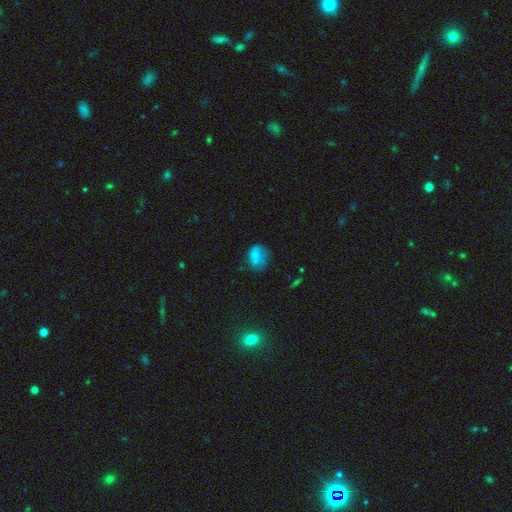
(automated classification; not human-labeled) A smooth galaxy with no disk features (72%) that is in between round and cigar-shaped (56%). Merging: none (50%).